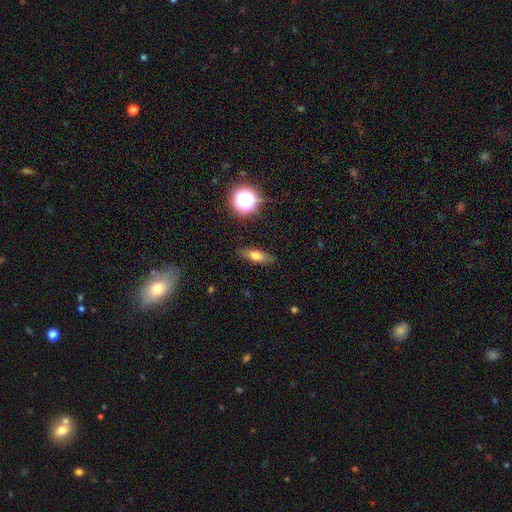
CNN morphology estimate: The model was most divided on "how rounded": in between: 54%, cigar-shaped: 39%, round: 7%. More confident: merging — none (85%); smooth or featured — smooth (64%).